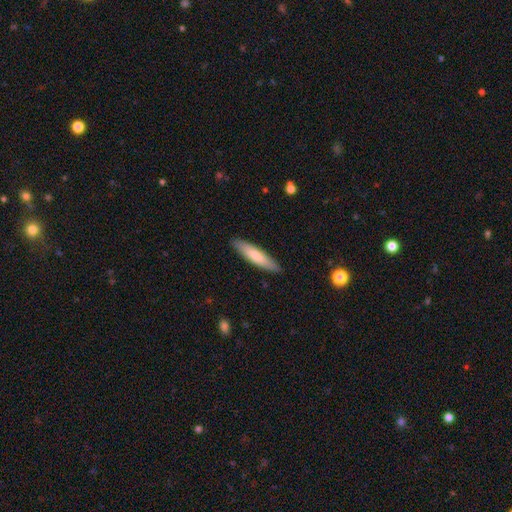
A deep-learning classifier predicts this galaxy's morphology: Smooth or featured?
  - smooth: 74% *
  - featured or disk: 21%
  - star or artifact: 5%
How rounded?
  - cigar-shaped: 80% *
  - in between: 18%
  - round: 1%
Merging?
  - none: 90% *
  - minor disturbance: 8%
  - major disturbance: 2%
  - merger: 1%